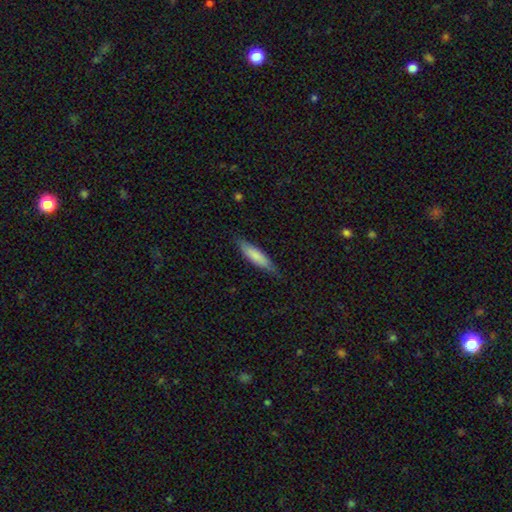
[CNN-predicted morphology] A smooth galaxy with no disk features (77%) that is cigar-shaped (72%).

Vote fractions:
- Smooth or featured? smooth: 77% / featured or disk: 17% / star or artifact: 5%
- How rounded? cigar-shaped: 72% / in between: 27% / round: 1%
- Merging? none: 78% / minor disturbance: 18% / major disturbance: 3% / merger: 1%